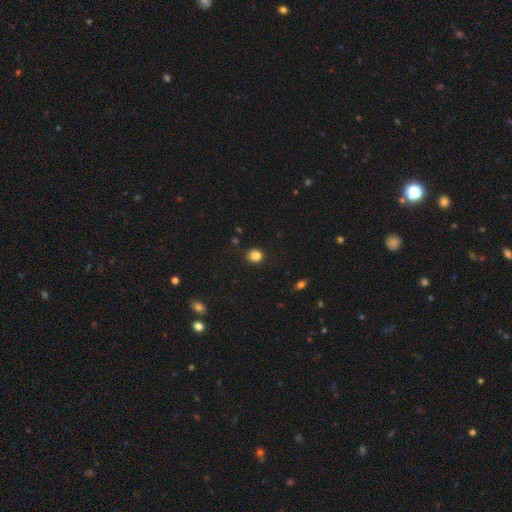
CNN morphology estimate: Smooth or featured?
  - smooth: 85% *
  - star or artifact: 12%
  - featured or disk: 4%
How rounded?
  - round: 78% *
  - in between: 21%
  - cigar-shaped: 1%
Merging?
  - none: 86% *
  - minor disturbance: 10%
  - major disturbance: 3%
  - merger: 2%